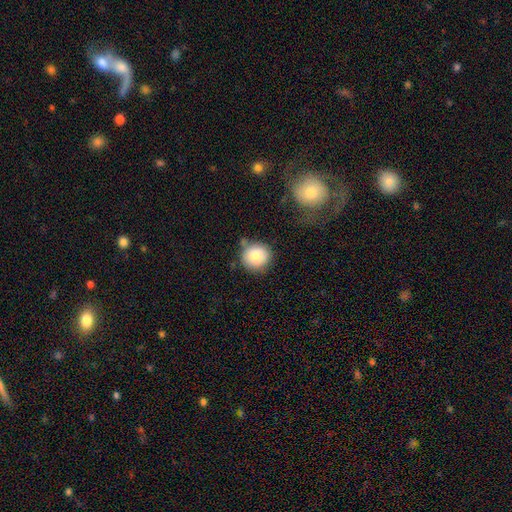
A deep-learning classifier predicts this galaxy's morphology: smooth-or-featured: smooth: 86% | star or artifact: 8% | featured or disk: 7%
  how-rounded: round: 89% | in between: 10% | cigar-shaped: 1%
  merging: none: 71% | minor disturbance: 17% | merger: 7% | major disturbance: 5%